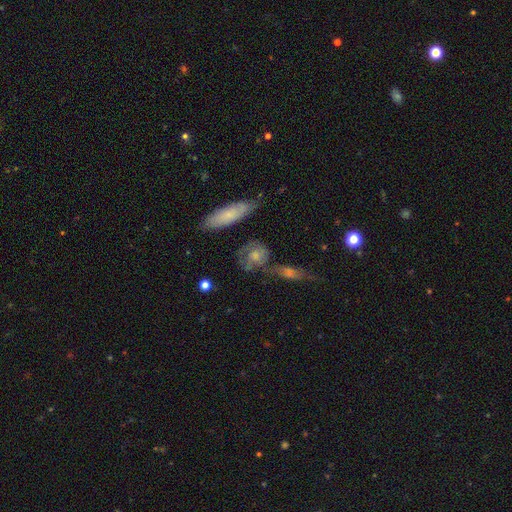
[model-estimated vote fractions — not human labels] Morphology: type=featured or disk (50%); merging=none (51%).